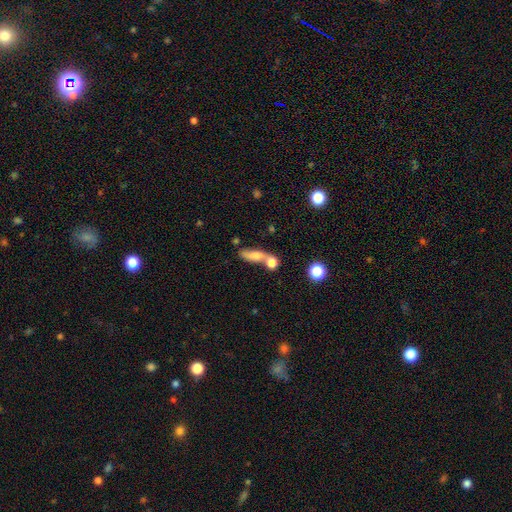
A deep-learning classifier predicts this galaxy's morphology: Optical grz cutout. It shows a smooth galaxy with no disk features (67%) that is in between round and cigar-shaped (47%). Merging: none (40%).